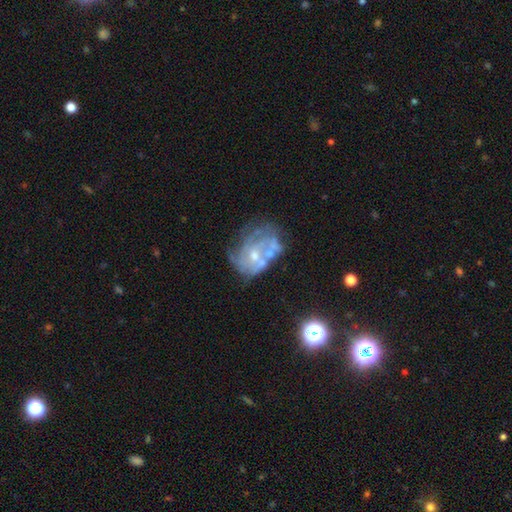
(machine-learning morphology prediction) Smooth or featured: featured or disk — 75% (smooth — 14%)
Edge-on disk: no — 98% (yes — 2%)
Bar: no — 80% (weak — 17%)
Spiral arms: yes — 53% (no — 47%)
Bulge size: small — 46% (moderate — 41%)
Merging: none — 37% (major disturbance — 25%)